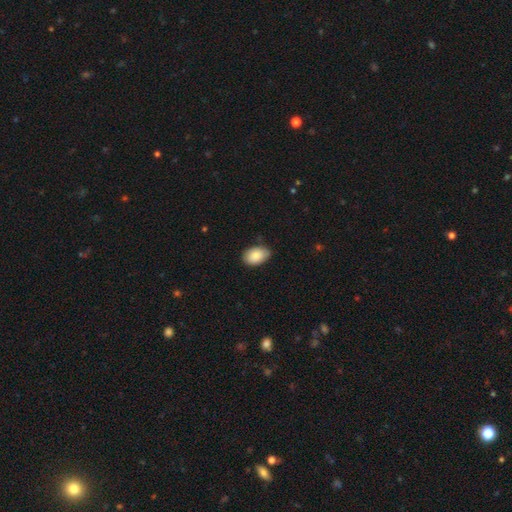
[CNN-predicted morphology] Smooth or featured?
  - smooth: 88% *
  - star or artifact: 7%
  - featured or disk: 6%
How rounded?
  - in between: 88% *
  - round: 11%
  - cigar-shaped: 1%
Merging?
  - none: 79% *
  - minor disturbance: 18%
  - major disturbance: 2%
  - merger: 1%